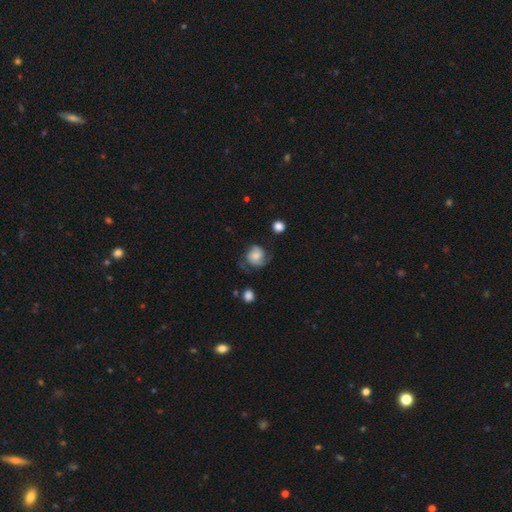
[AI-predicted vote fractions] The model was most divided on "smooth or featured": featured or disk: 51%, smooth: 41%, star or artifact: 8%. More confident: edge-on disk — no (98%); merging — none (52%).